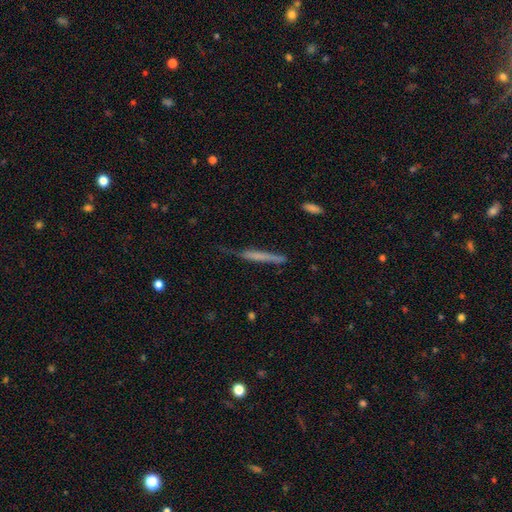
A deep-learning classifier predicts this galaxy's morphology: smooth_or_featured: smooth (p=0.49) [alt: featured or disk p=0.42]
merging: none (p=0.66) [alt: minor disturbance p=0.24]